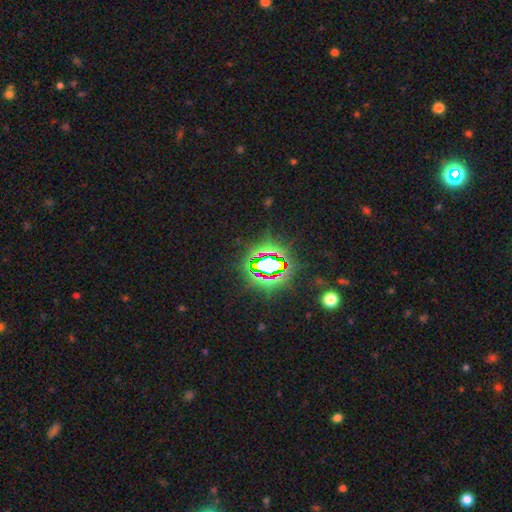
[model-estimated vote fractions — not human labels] Overall: star or artifact (77%).